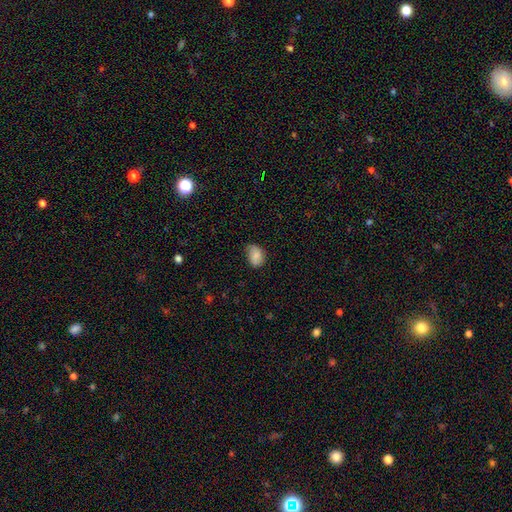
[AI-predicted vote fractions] smooth 78%, featured or disk 14%, star or artifact 8%. Down the decision tree: how rounded — in between (76%); merging — none (59%).